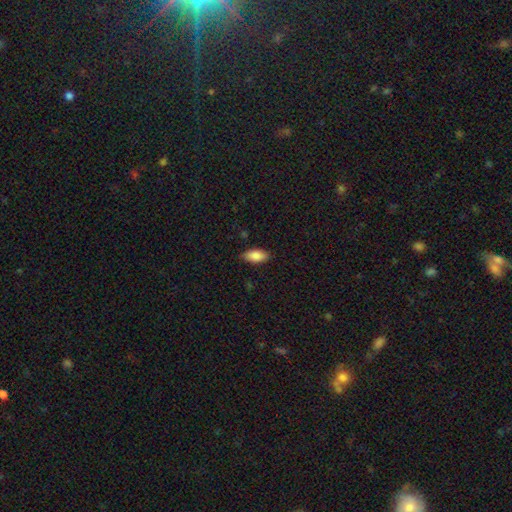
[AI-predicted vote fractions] smooth_or_featured: smooth (p=0.86) [alt: featured or disk p=0.08]
how_rounded: in between (p=0.89) [alt: cigar-shaped p=0.08]
merging: none (p=0.85) [alt: minor disturbance p=0.11]